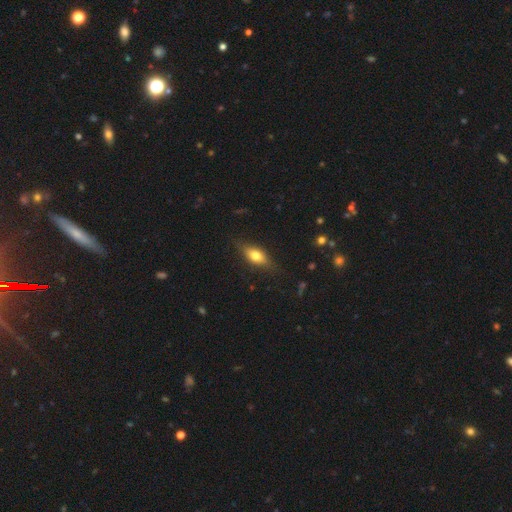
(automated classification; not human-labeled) Morphology: type=smooth (67%); roundness=in between (75%); merging=none (79%).